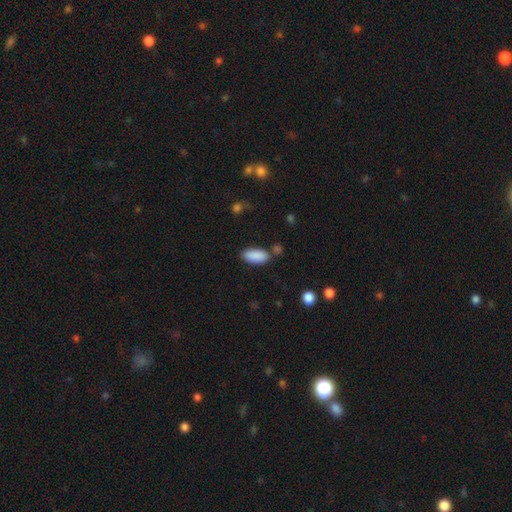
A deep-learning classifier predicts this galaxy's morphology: A smooth galaxy with no disk features (89%) that is in between round and cigar-shaped (88%).

Vote fractions:
- Smooth or featured? smooth: 89% / star or artifact: 6% / featured or disk: 4%
- How rounded? in between: 88% / cigar-shaped: 10% / round: 2%
- Merging? none: 75% / minor disturbance: 14% / merger: 7% / major disturbance: 4%